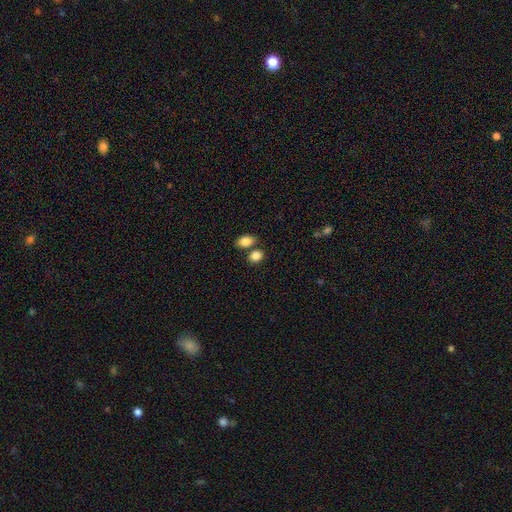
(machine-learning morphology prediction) The model was most divided on "how rounded": in between: 60%, round: 39%, cigar-shaped: 1%. More confident: smooth or featured — smooth (85%); merging — none (62%).